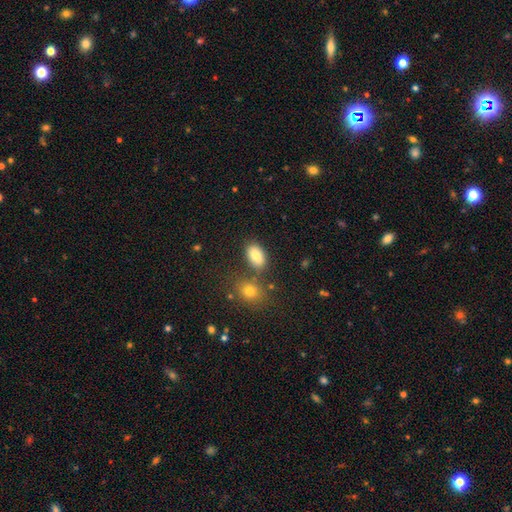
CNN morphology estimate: This appears to be a smooth galaxy with no disk features (81%) that is in between round and cigar-shaped (91%). Merging: none (72%).